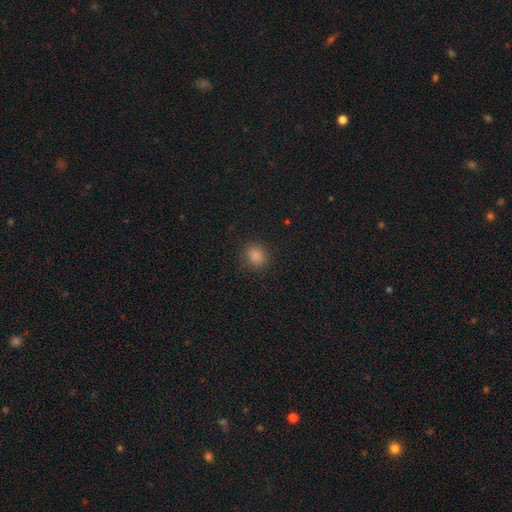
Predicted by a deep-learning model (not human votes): smooth_or_featured: smooth (p=0.85) [alt: star or artifact p=0.12]
how_rounded: round (p=0.79) [alt: in between p=0.20]
merging: none (p=0.88) [alt: minor disturbance p=0.08]